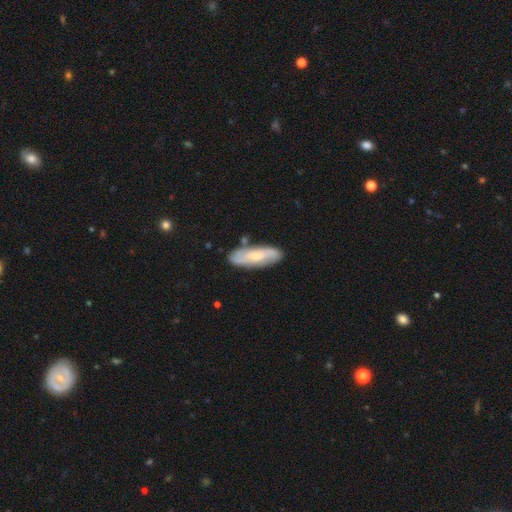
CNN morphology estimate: The model was most divided on "smooth or featured": featured or disk: 48%, smooth: 45%, star or artifact: 6%. More confident: merging — none (78%).